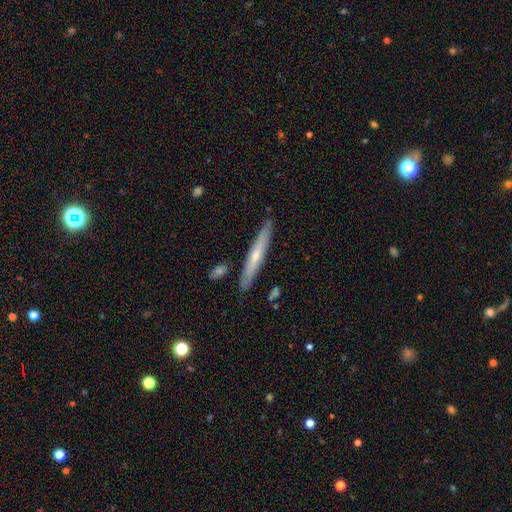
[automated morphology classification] Overall: featured or disk (51%; smooth 43%). Edge-on disk: yes (90%). Merging: none (86%).